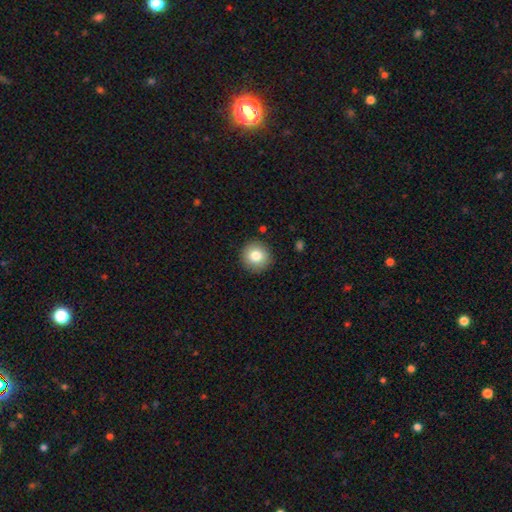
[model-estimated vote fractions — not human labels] smooth-or-featured: smooth: 81% | featured or disk: 10% | star or artifact: 9%
  how-rounded: round: 93% | in between: 6% | cigar-shaped: 1%
  merging: none: 90% | minor disturbance: 7% | major disturbance: 2% | merger: 1%